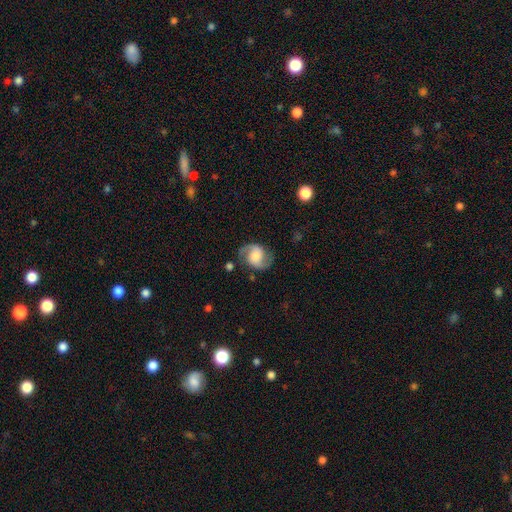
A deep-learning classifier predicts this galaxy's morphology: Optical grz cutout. It shows a featured or disk galaxy (78%) with no bar (52%), 2 (92%) medium (50%) spiral arms (95%) and a moderate central bulge (30%, tied with large). Merging: none (76%).